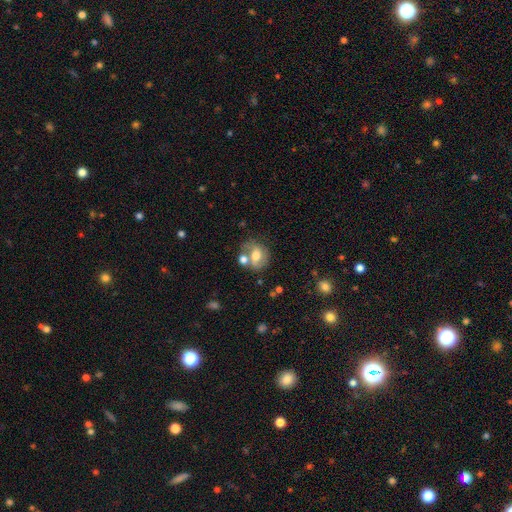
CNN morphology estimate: Overall: smooth (50%; featured or disk 41%). How rounded: in between (50%; round 48%). Merging: none (48%; merger 27%).